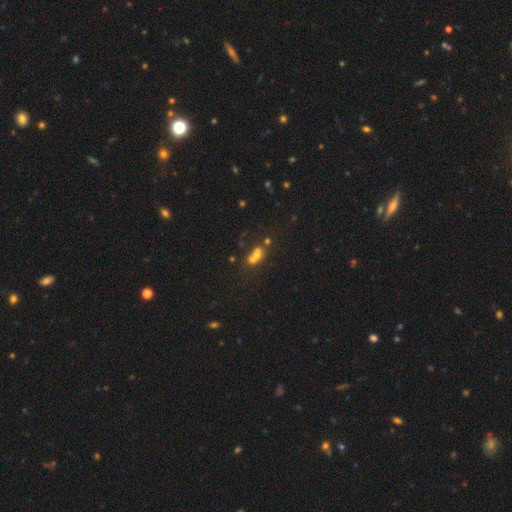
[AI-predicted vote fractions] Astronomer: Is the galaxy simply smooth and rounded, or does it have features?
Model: smooth — 54%.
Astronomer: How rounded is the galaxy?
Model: round — 61% (runner-up: in between, 36%).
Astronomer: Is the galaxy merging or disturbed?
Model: merger — 60%.